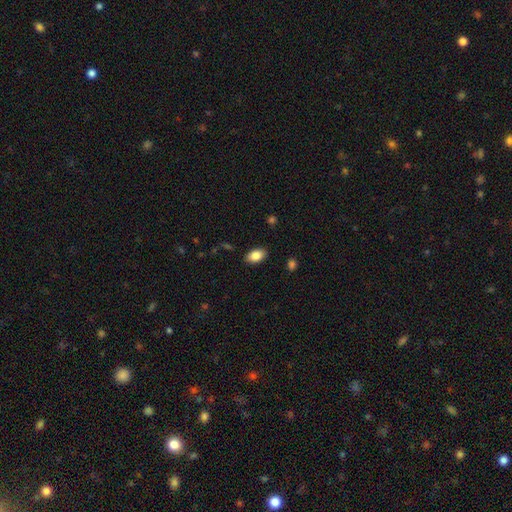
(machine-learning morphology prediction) The model was most divided on "smooth or featured": smooth: 86%, star or artifact: 8%, featured or disk: 7%. More confident: how rounded — in between (91%); merging — none (87%).